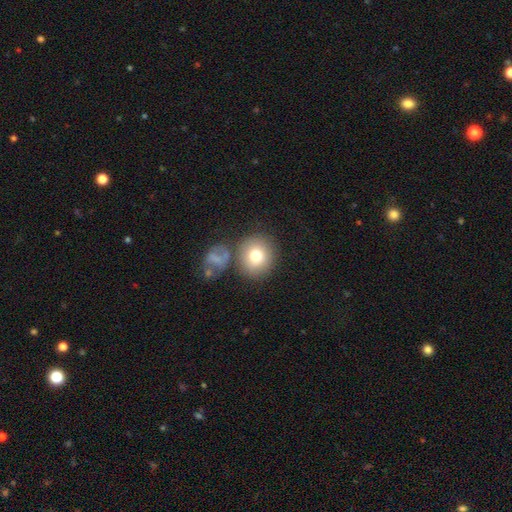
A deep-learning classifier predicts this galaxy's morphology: This is likely a smooth galaxy (76%). How rounded: clearly round (82%). Merging: likely none (71%).